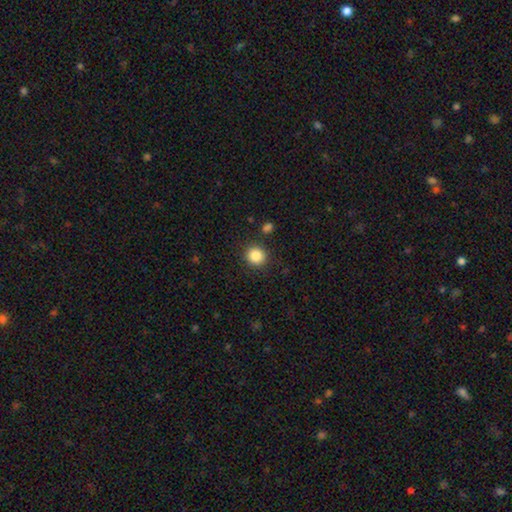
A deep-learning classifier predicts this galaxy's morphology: smooth 85%, star or artifact 10%, featured or disk 4%. Down the decision tree: how rounded — round (92%); merging — none (89%).